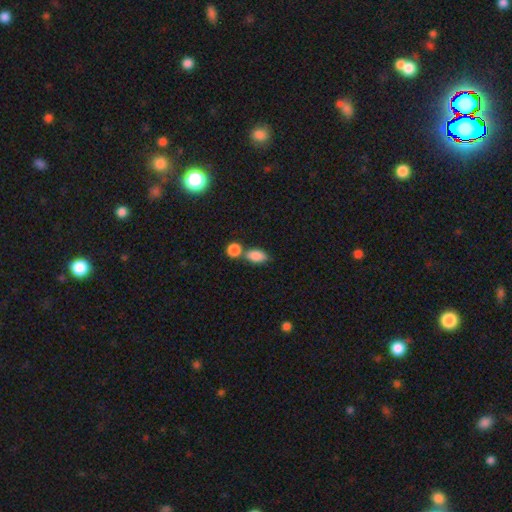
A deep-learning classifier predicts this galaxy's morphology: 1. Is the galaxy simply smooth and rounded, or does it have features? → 86% smooth, 8% star or artifact, 6% featured or disk.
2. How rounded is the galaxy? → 86% in between, 10% round, 4% cigar-shaped.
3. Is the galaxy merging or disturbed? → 43% none, 42% merger, 11% minor disturbance, 4% major disturbance.